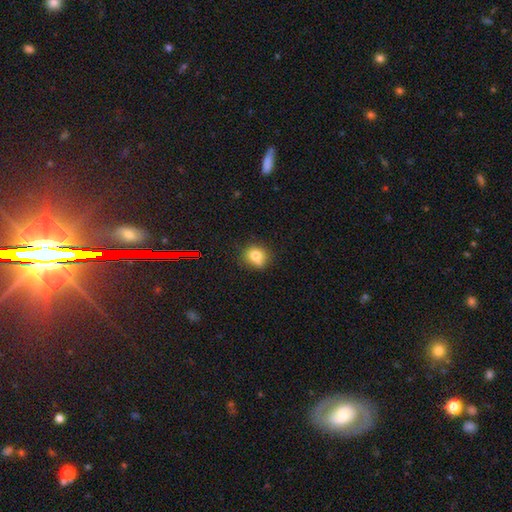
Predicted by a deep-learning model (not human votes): Smooth or featured?
  - smooth: 76% *
  - star or artifact: 13%
  - featured or disk: 11%
How rounded?
  - round: 73% *
  - in between: 26%
  - cigar-shaped: 1%
Merging?
  - none: 62% *
  - minor disturbance: 23%
  - merger: 8%
  - major disturbance: 6%